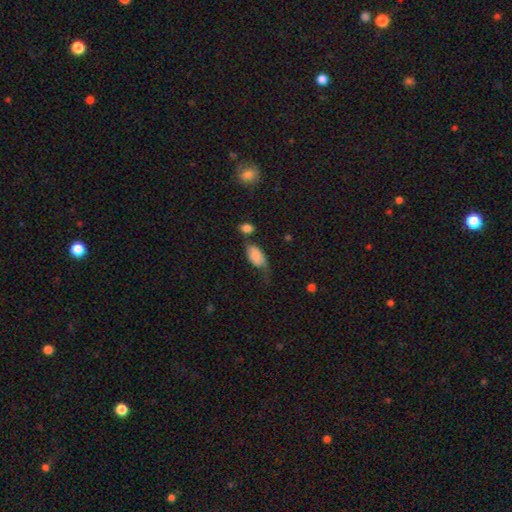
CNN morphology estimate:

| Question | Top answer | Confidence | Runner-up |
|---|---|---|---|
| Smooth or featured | smooth | 77% | featured or disk (15%) |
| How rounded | in between | 93% | round (5%) |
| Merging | minor disturbance | 32% | none (29%) |